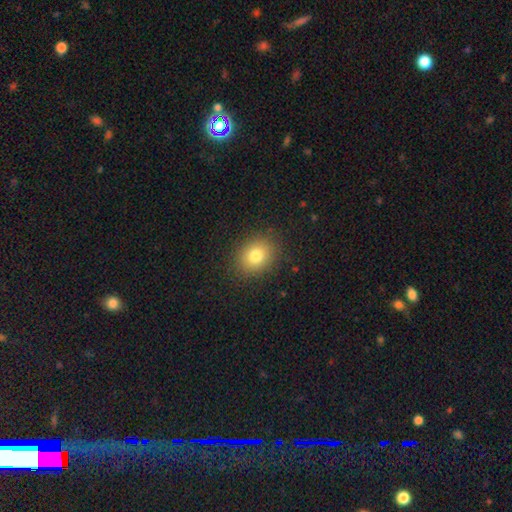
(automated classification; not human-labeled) Smooth or featured? smooth (79%)
How rounded? round (55%)
Merging? none (87%)